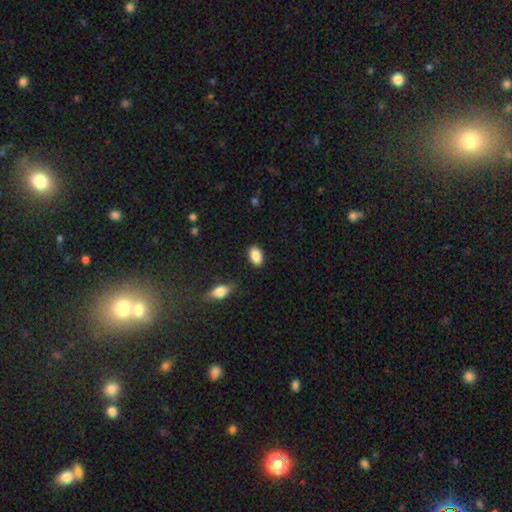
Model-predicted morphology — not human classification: Overall: smooth (88%). How rounded: in between (90%). Merging: none (88%).